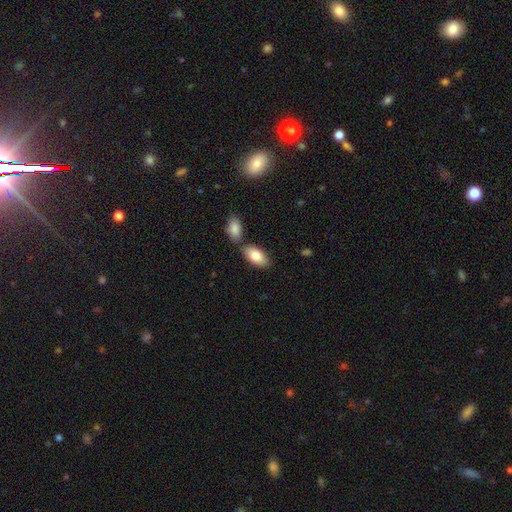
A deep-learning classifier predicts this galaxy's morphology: This appears to be a smooth galaxy with no disk features (81%) that is in between round and cigar-shaped (93%). Merging: none (69%).